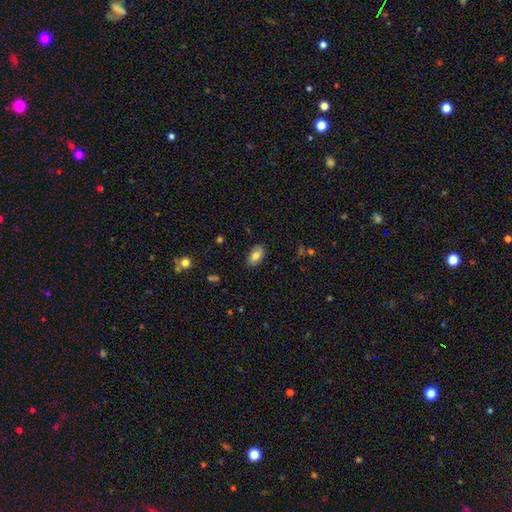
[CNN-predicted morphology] Smooth or featured? smooth (77%)
How rounded? in between (93%)
Merging? none (83%)